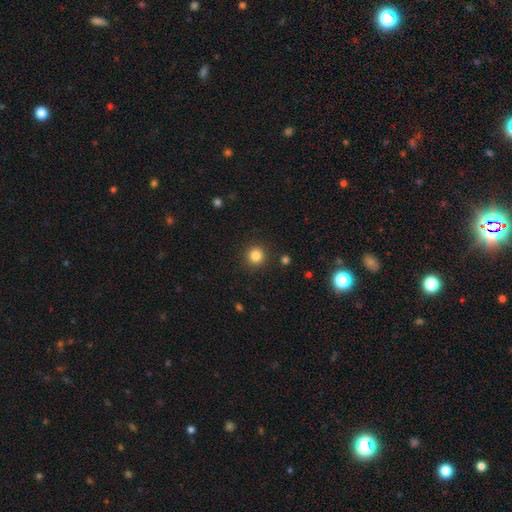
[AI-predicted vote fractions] This appears to be a smooth galaxy with no disk features (84%) that is round (95%). Merging: none (91%).